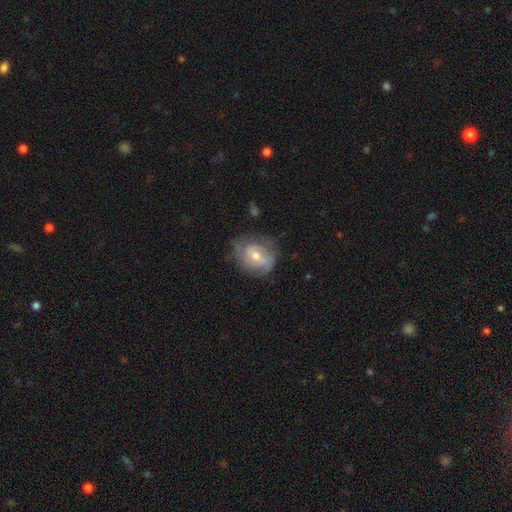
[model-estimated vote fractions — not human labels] A featured or disk galaxy (57%) with no bar (44%), spiral arms (69%) and a moderate central bulge (63%).

Vote fractions:
- Smooth or featured? featured or disk: 57% / smooth: 36% / star or artifact: 7%
- Edge-on disk? no: 96% / yes: 4%
- Bar? no: 44% / weak: 42% / strong: 14%
- Spiral arms? yes: 69% / no: 31%
- Bulge size? moderate: 63% / small: 31% / large: 4% / none: 1% / dominant: 1%
- Merging? none: 59% / minor disturbance: 27% / major disturbance: 12% / merger: 2%